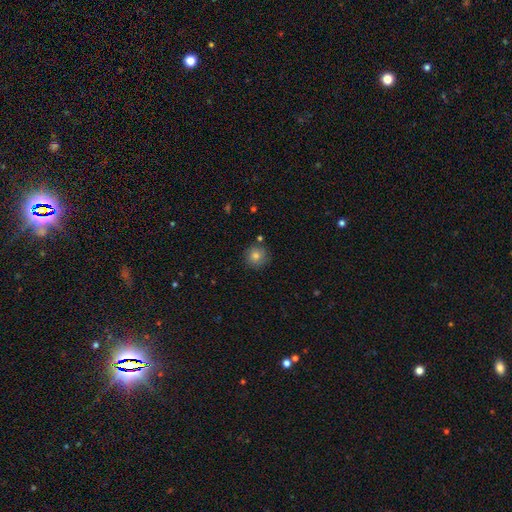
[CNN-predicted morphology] A smooth galaxy with no disk features (80%) that is round (94%).

Vote fractions:
- Smooth or featured? smooth: 80% / star or artifact: 11% / featured or disk: 9%
- How rounded? round: 94% / in between: 5% / cigar-shaped: 1%
- Merging? none: 85% / minor disturbance: 9% / merger: 4% / major disturbance: 2%